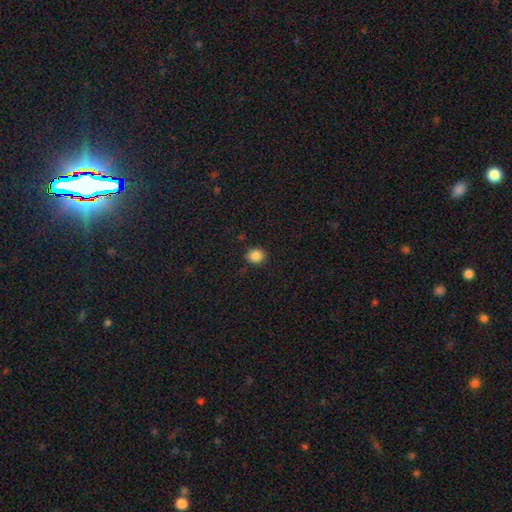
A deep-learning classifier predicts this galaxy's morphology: Smooth or featured?
  - smooth: 86% *
  - star or artifact: 10%
  - featured or disk: 3%
How rounded?
  - round: 83% *
  - in between: 16%
  - cigar-shaped: 1%
Merging?
  - none: 88% *
  - minor disturbance: 8%
  - major disturbance: 2%
  - merger: 1%